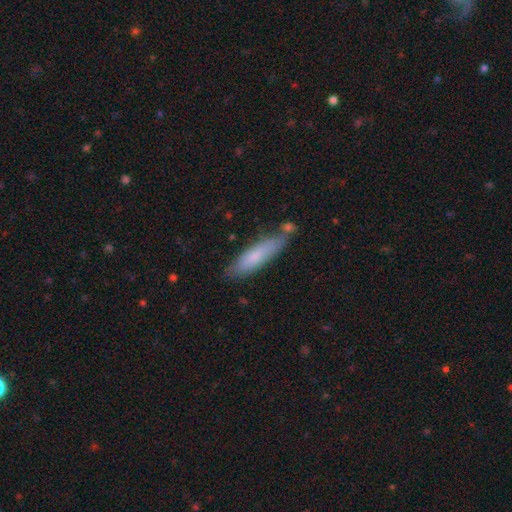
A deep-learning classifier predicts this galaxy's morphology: The model was most divided on "how rounded": cigar-shaped: 74%, in between: 25%, round: 1%. More confident: smooth or featured — smooth (73%); merging — none (70%).